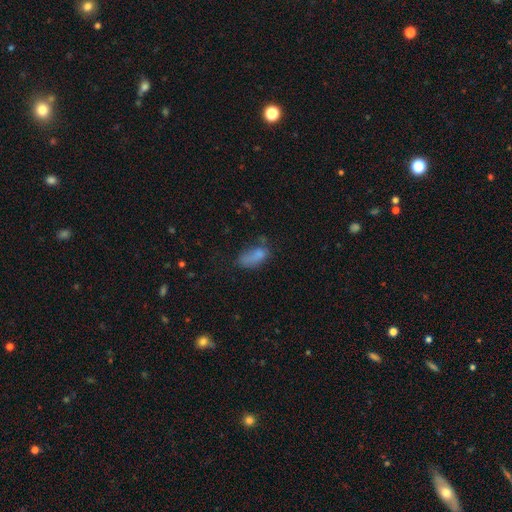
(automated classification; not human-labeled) This appears to be a smooth galaxy with no disk features (73%) that is in between round and cigar-shaped (86%). Merging: none (38%).